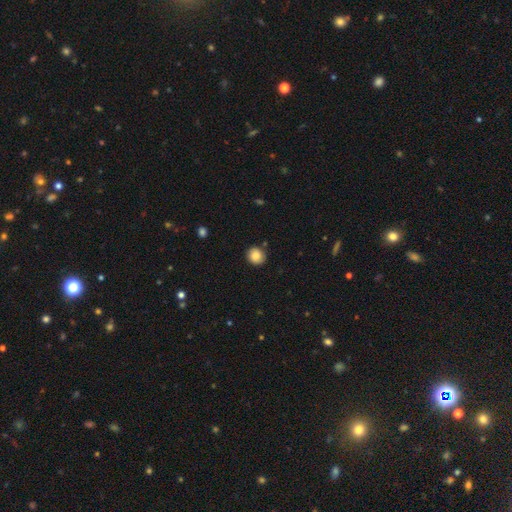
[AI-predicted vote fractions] This is clearly a smooth galaxy (85%). How rounded: clearly round (87%). Merging: clearly none (86%).